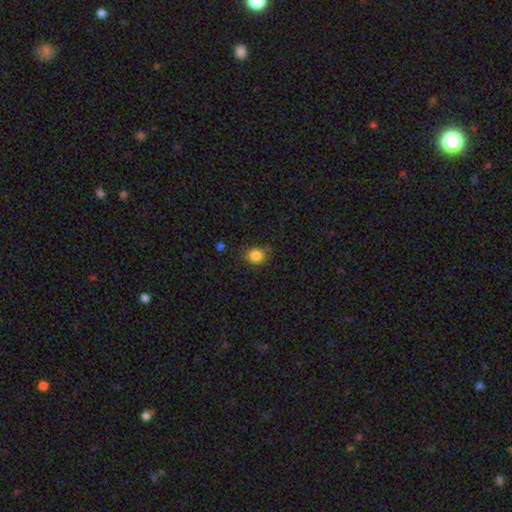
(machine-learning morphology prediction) smooth-or-featured: smooth: 85% | star or artifact: 11% | featured or disk: 4%
  how-rounded: round: 68% | in between: 31% | cigar-shaped: 1%
  merging: none: 77% | minor disturbance: 18% | major disturbance: 4% | merger: 2%